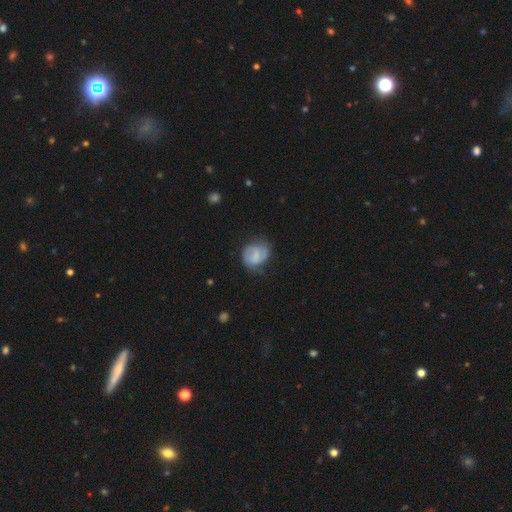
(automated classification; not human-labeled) Q: Smooth or featured?
A: smooth (53%); runner-up: featured or disk (39%)
Q: How rounded?
A: round (60%); runner-up: in between (39%)
Q: Merging?
A: none (53%); runner-up: minor disturbance (30%)